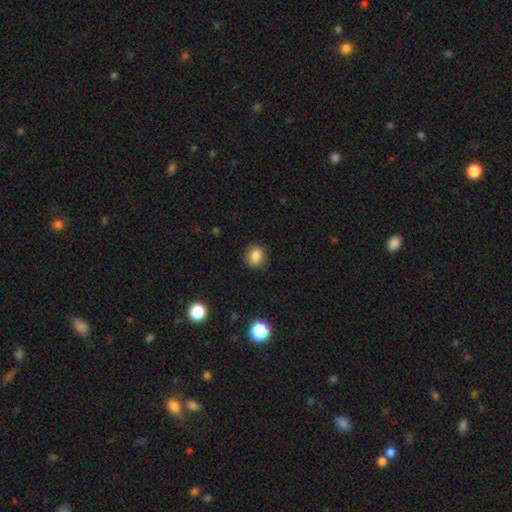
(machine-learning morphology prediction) Smooth or featured? Predicted: smooth (p=0.83). How rounded? Predicted: round (p=0.71). Merging? Predicted: none (p=0.85).